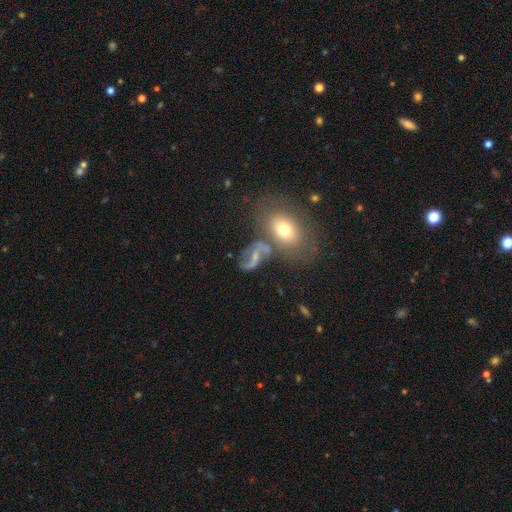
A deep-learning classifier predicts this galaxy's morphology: Smooth or featured? Predicted: featured or disk (p=0.69). Edge-on disk? Predicted: no (p=0.95). Bar? Predicted: weak (p=0.41). Spiral arms? Predicted: yes (p=0.83). Spiral winding? Predicted: loose (p=0.67). Spiral arm count? Predicted: 2 (p=0.88). Bulge size? Predicted: small (p=0.53). Merging? Predicted: none (p=0.50).